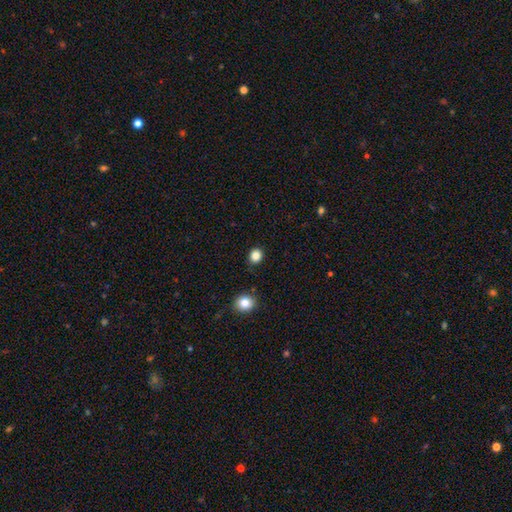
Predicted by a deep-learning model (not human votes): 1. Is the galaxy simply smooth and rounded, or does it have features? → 85% smooth, 11% star or artifact, 4% featured or disk.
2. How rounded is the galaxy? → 79% round, 20% in between, 1% cigar-shaped.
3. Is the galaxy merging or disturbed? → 88% none, 8% minor disturbance, 2% major disturbance, 2% merger.